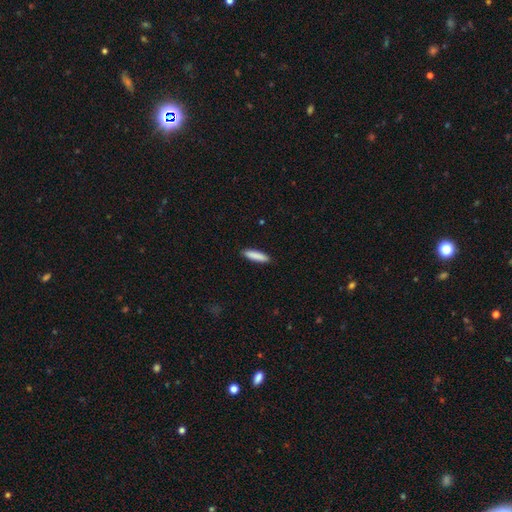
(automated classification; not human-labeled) Smooth or featured: smooth — 87% (featured or disk — 7%)
How rounded: cigar-shaped — 79% (in between — 19%)
Merging: none — 90% (minor disturbance — 7%)